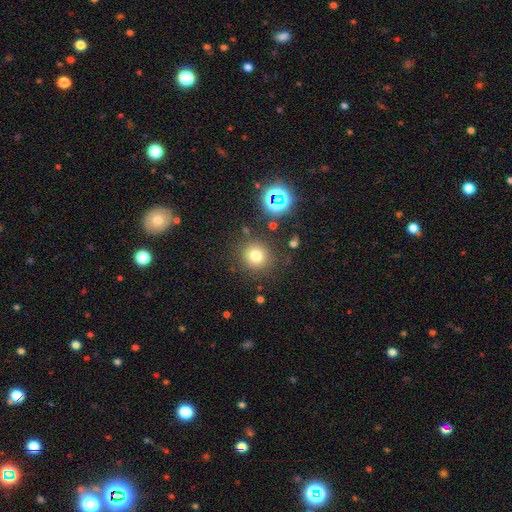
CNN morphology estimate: Smooth or featured? smooth (73%)
How rounded? round (92%)
Merging? none (84%)